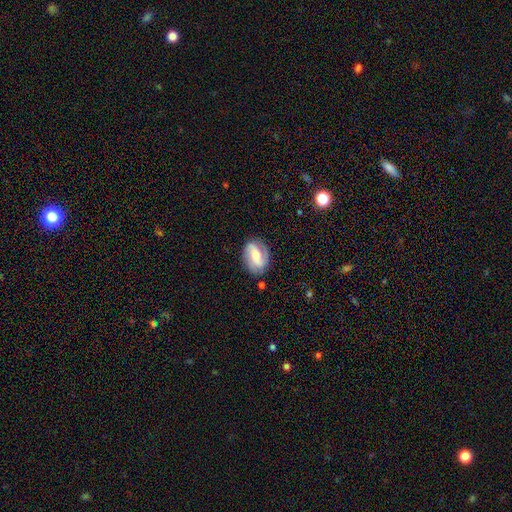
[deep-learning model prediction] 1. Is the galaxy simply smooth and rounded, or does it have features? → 73% featured or disk, 21% smooth, 6% star or artifact.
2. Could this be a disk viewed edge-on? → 96% no, 4% yes.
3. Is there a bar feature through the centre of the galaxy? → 39% weak, 36% strong, 25% no.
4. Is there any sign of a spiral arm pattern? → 90% yes, 10% no.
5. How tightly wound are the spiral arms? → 41% medium, 32% loose, 27% tight.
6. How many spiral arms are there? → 83% 2, 7% can't tell, 4% 3, 3% 1, 1% 4, 1% more than 4.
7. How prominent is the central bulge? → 62% moderate, 28% small, 7% large, 2% none, 1% dominant.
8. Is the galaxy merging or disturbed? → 80% none, 14% minor disturbance, 4% major disturbance, 2% merger.